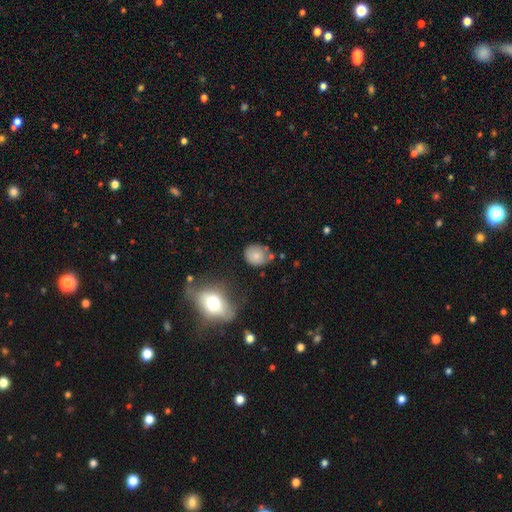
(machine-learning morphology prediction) Smooth or featured? Predicted: smooth (p=0.77). How rounded? Predicted: round (p=0.65). Merging? Predicted: none (p=0.63).